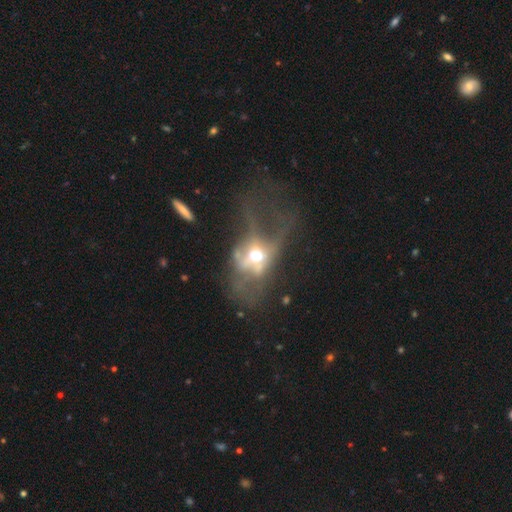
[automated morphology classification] The model was most divided on "smooth or featured": featured or disk: 57%, smooth: 30%, star or artifact: 13%. More confident: edge-on disk — no (85%); merging — major disturbance (56%).